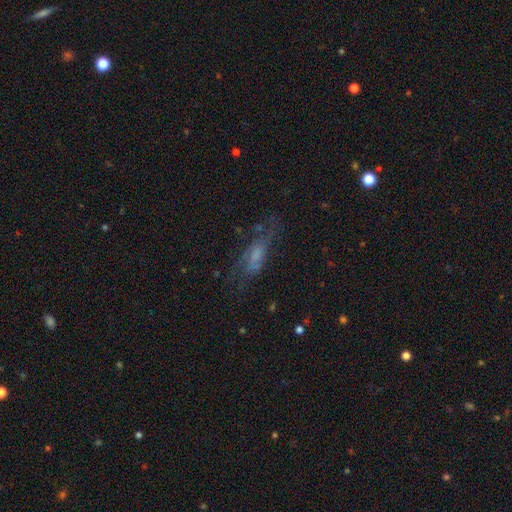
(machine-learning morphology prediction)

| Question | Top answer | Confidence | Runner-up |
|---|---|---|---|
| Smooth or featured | featured or disk | 49% | smooth (36%) |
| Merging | none | 51% | major disturbance (23%) |